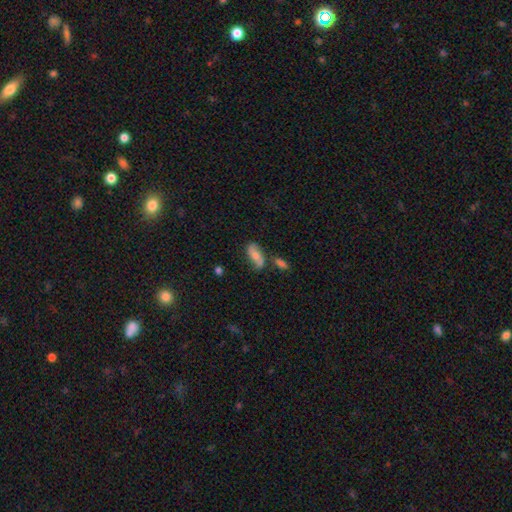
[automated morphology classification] type=smooth (51%); roundness=in between (79%); merging=none (51%).